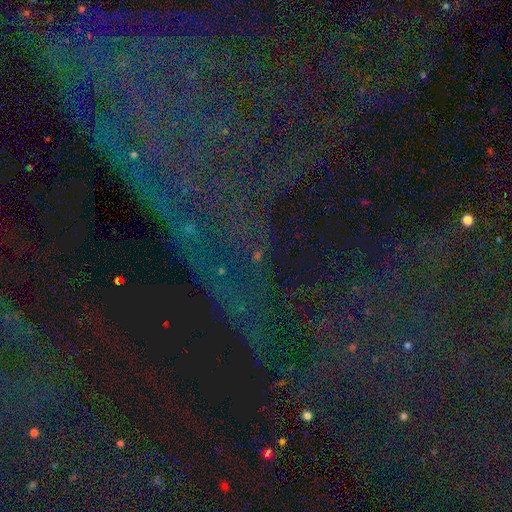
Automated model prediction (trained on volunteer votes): star or artifact 82%, smooth 9%, featured or disk 9%.